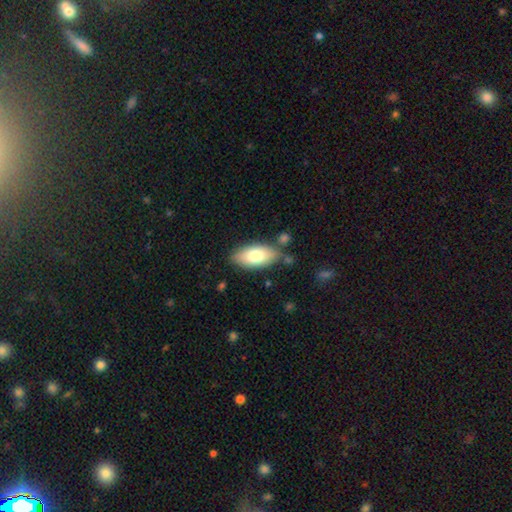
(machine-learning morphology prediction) smooth 77%, featured or disk 17%, star or artifact 6%. Down the decision tree: how rounded — in between (91%); merging — none (78%).